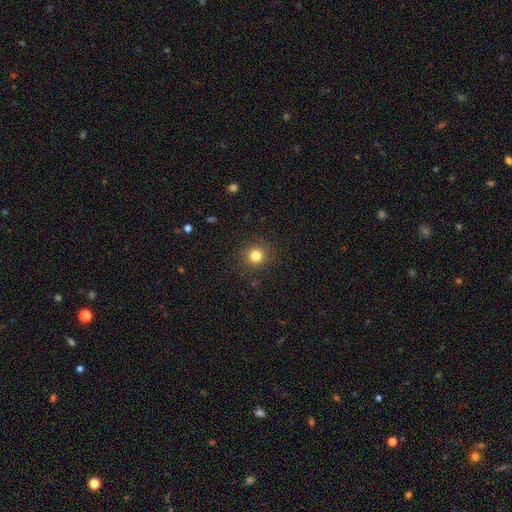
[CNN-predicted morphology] smooth-or-featured: smooth: 82% | star or artifact: 13% | featured or disk: 6%
  how-rounded: round: 92% | in between: 8% | cigar-shaped: 1%
  merging: none: 89% | minor disturbance: 7% | major disturbance: 3% | merger: 1%